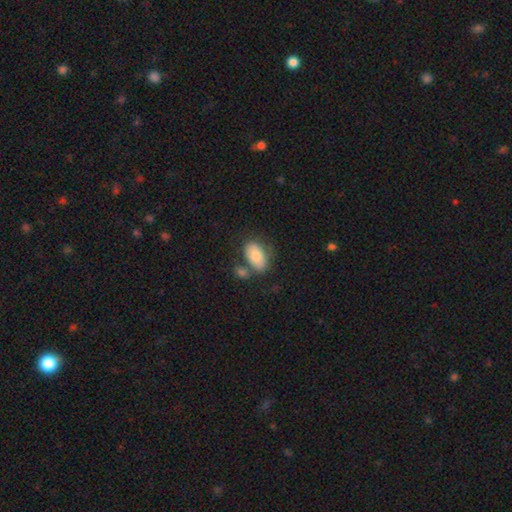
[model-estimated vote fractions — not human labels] The model was most divided on "merging": none: 57%, merger: 21%, minor disturbance: 16%, major disturbance: 6%. More confident: how rounded — in between (92%); smooth or featured — smooth (80%).